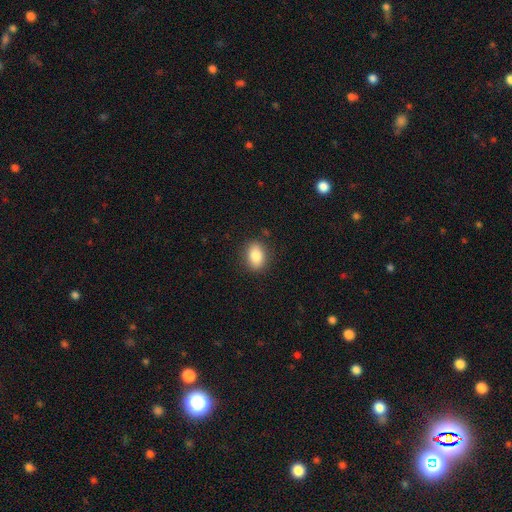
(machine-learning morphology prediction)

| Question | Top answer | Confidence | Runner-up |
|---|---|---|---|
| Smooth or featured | smooth | 85% | star or artifact (8%) |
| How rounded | in between | 77% | round (21%) |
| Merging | none | 87% | minor disturbance (9%) |